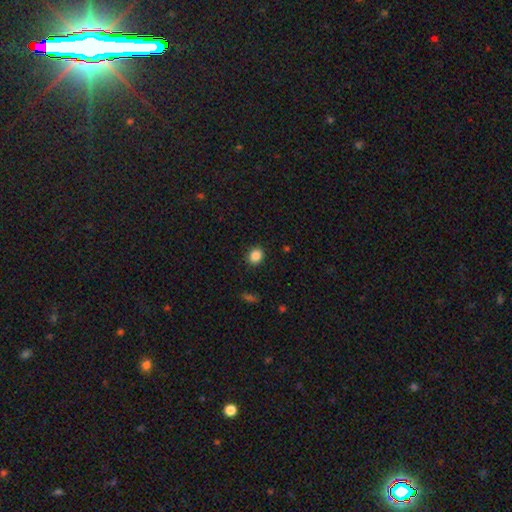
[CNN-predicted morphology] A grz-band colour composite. It shows a smooth galaxy with no disk features (86%) that is round (70%). Merging: none (91%).